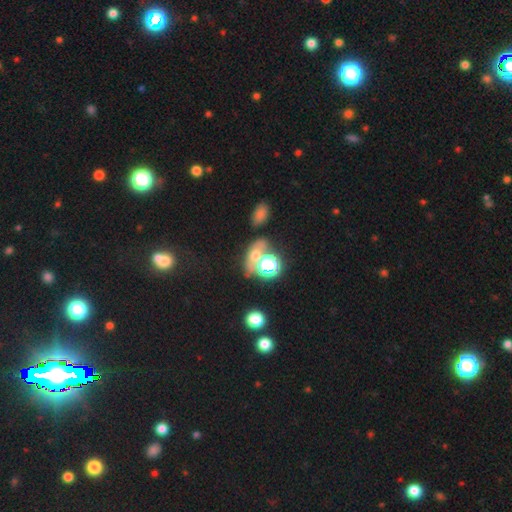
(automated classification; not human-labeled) smooth_or_featured: smooth (p=0.44) [alt: star or artifact p=0.38]
merging: none (p=0.40) [alt: merger p=0.39]